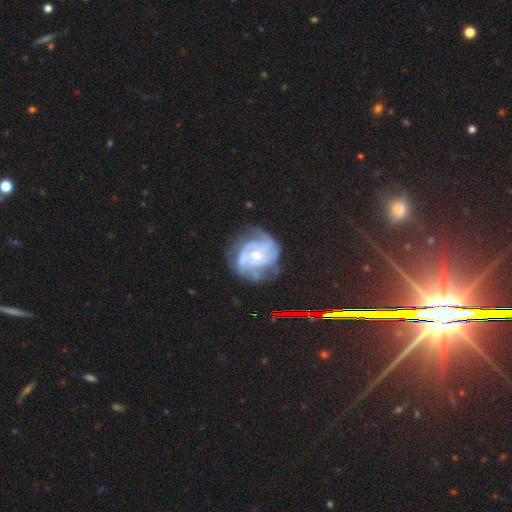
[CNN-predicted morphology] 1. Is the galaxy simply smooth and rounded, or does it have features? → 85% featured or disk, 8% star or artifact, 8% smooth.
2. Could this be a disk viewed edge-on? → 98% no, 2% yes.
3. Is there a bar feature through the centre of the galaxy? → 65% no, 28% weak, 7% strong.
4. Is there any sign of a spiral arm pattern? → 95% yes, 5% no.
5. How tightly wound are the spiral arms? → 55% tight, 36% medium, 9% loose.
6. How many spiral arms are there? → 27% can't tell (tied), 27% 3 (tied), 17% 4, 16% 2, 7% more than 4, 6% 1.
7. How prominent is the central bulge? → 62% small, 33% moderate, 2% none, 2% large, 1% dominant.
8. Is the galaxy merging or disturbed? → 65% none, 21% minor disturbance, 12% major disturbance, 2% merger.